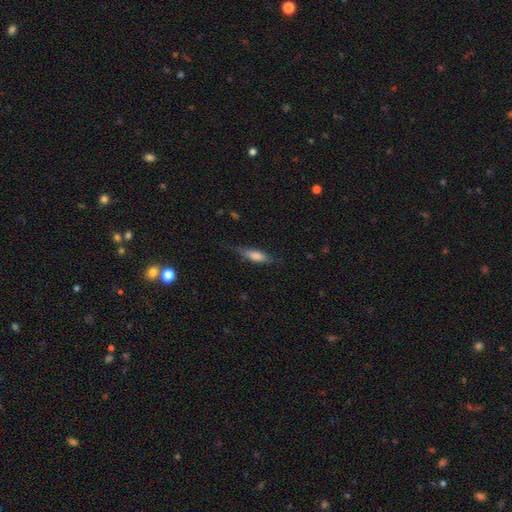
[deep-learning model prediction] Smooth or featured? smooth (66%)
How rounded? cigar-shaped (56%)
Merging? none (67%)